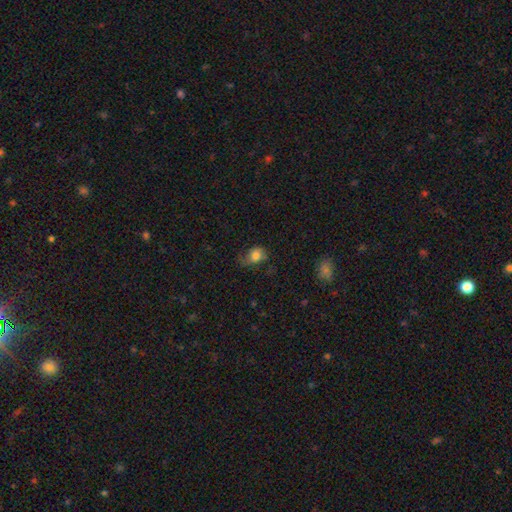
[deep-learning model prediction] A smooth galaxy with no disk features (73%) that is in between round and cigar-shaped (60%).

Vote fractions:
- Smooth or featured? smooth: 73% / featured or disk: 17% / star or artifact: 10%
- How rounded? in between: 60% / round: 38% / cigar-shaped: 1%
- Merging? none: 46% / minor disturbance: 32% / major disturbance: 20% / merger: 2%